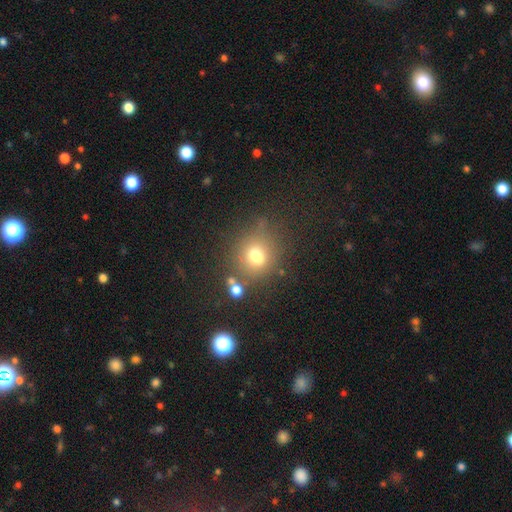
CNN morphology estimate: Smooth or featured?
  - smooth: 70% *
  - star or artifact: 17%
  - featured or disk: 13%
How rounded?
  - round: 76% *
  - in between: 23%
  - cigar-shaped: 1%
Merging?
  - none: 64% *
  - minor disturbance: 16%
  - merger: 13%
  - major disturbance: 8%